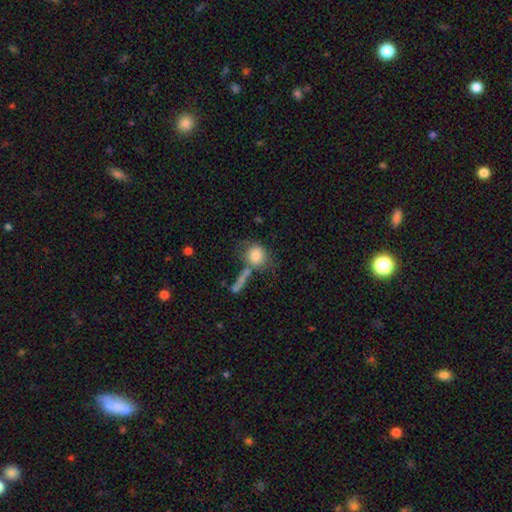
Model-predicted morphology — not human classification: This appears to be a smooth galaxy with no disk features (79%) that is round (71%). Merging: none (42%).